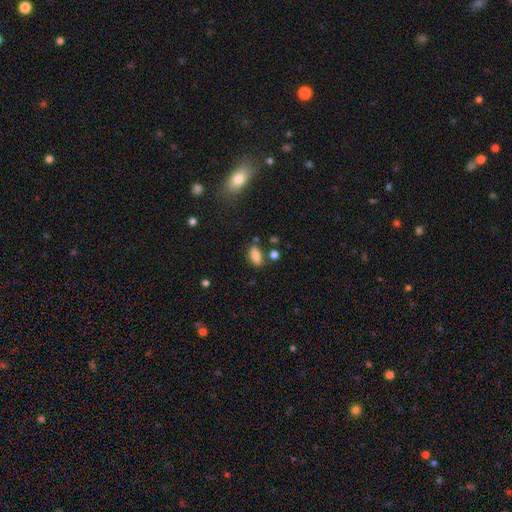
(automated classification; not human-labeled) The model was most divided on "merging": none: 76%, minor disturbance: 14%, merger: 7%, major disturbance: 4%. More confident: how rounded — in between (87%); smooth or featured — smooth (83%).